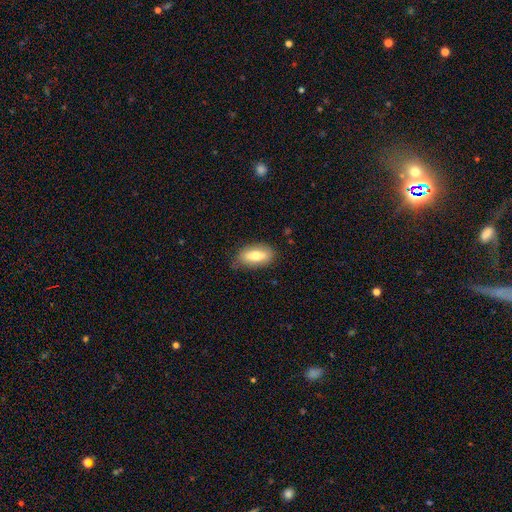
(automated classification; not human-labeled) Smooth or featured: smooth — 70% (featured or disk — 23%)
How rounded: in between — 86% (cigar-shaped — 10%)
Merging: none — 78% (minor disturbance — 17%)